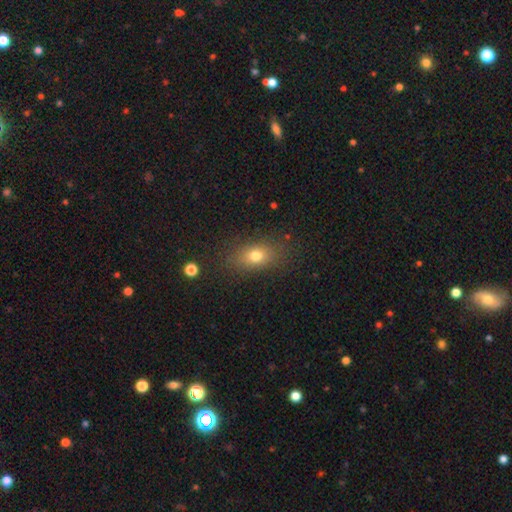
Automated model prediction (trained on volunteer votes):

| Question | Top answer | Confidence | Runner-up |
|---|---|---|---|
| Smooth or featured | smooth | 75% | featured or disk (13%) |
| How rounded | in between | 75% | round (20%) |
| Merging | none | 82% | minor disturbance (11%) |